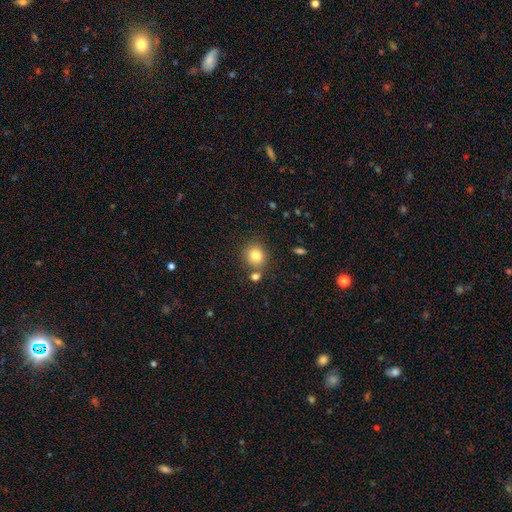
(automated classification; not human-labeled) The model was most divided on "merging": none: 74%, merger: 14%, minor disturbance: 10%, major disturbance: 3%. More confident: how rounded — round (84%); smooth or featured — smooth (82%).